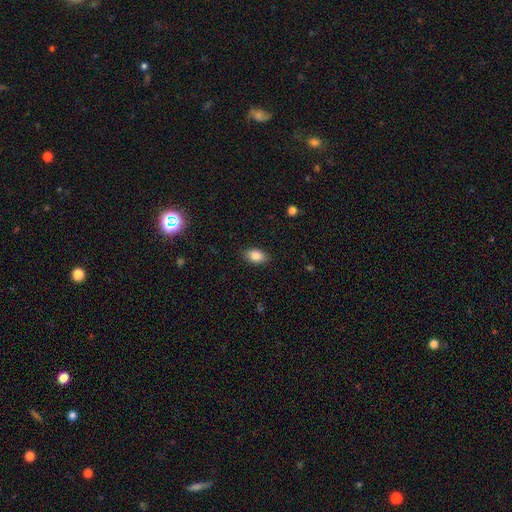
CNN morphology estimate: This appears to be a smooth galaxy with no disk features (85%) that is in between round and cigar-shaped (86%). Merging: none (86%).